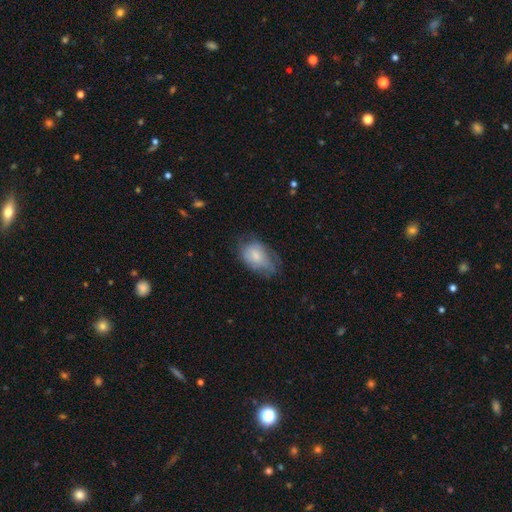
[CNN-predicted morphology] This appears to be a smooth galaxy with no disk features (65%) that is in between round and cigar-shaped (88%). Merging: none (45%).